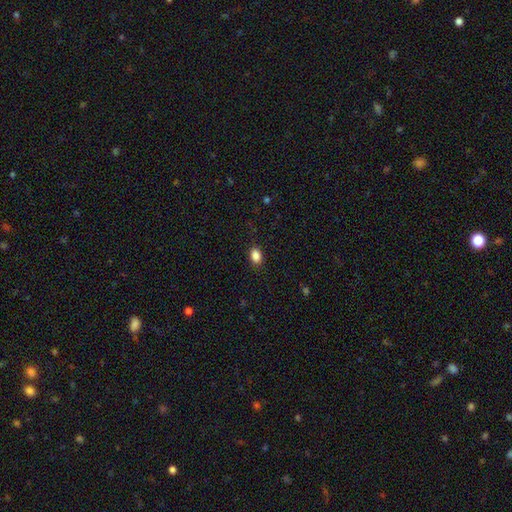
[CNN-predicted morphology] Smooth or featured?
  - smooth: 87% *
  - star or artifact: 10%
  - featured or disk: 3%
How rounded?
  - in between: 77% *
  - round: 21%
  - cigar-shaped: 1%
Merging?
  - none: 88% *
  - minor disturbance: 9%
  - major disturbance: 2%
  - merger: 1%